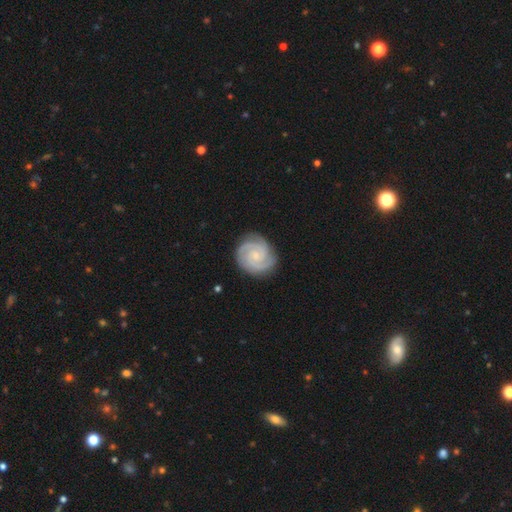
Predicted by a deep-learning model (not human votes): Q: Smooth or featured?
A: featured or disk (90%); runner-up: smooth (6%)
Q: Edge-on disk?
A: no (98%); runner-up: yes (2%)
Q: Bar?
A: no (67%); runner-up: weak (28%)
Q: Spiral arms?
A: yes (99%); runner-up: no (1%)
Q: Spiral winding?
A: tight (74%); runner-up: medium (24%)
Q: Spiral arm count?
A: 2 (44%); runner-up: 3 (40%)
Q: Bulge size?
A: small (71%); runner-up: moderate (17%)
Q: Merging?
A: none (86%); runner-up: minor disturbance (11%)